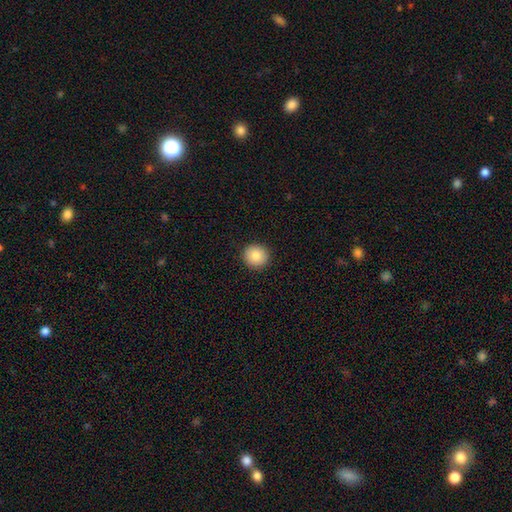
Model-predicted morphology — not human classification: smooth-or-featured: smooth: 86% | star or artifact: 9% | featured or disk: 5%
  how-rounded: round: 94% | in between: 5% | cigar-shaped: 1%
  merging: none: 93% | minor disturbance: 5% | major disturbance: 2% | merger: 1%